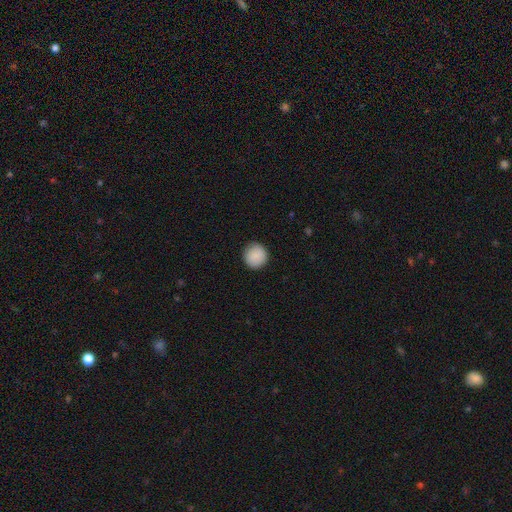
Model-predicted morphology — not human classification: Smooth or featured? smooth (90%)
How rounded? round (94%)
Merging? none (90%)